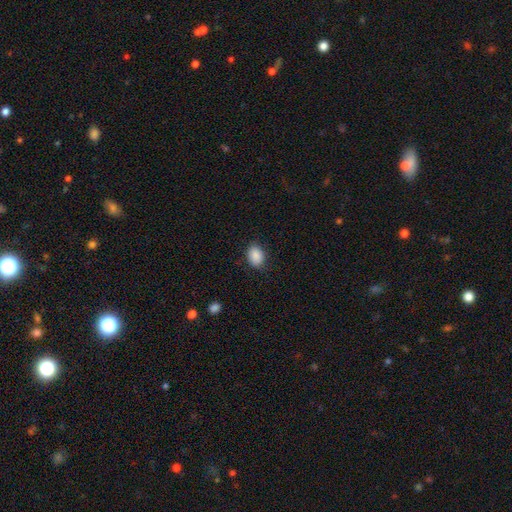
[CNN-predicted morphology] The model was most divided on "how rounded": in between: 68%, round: 31%, cigar-shaped: 1%. More confident: smooth or featured — smooth (89%); merging — none (83%).